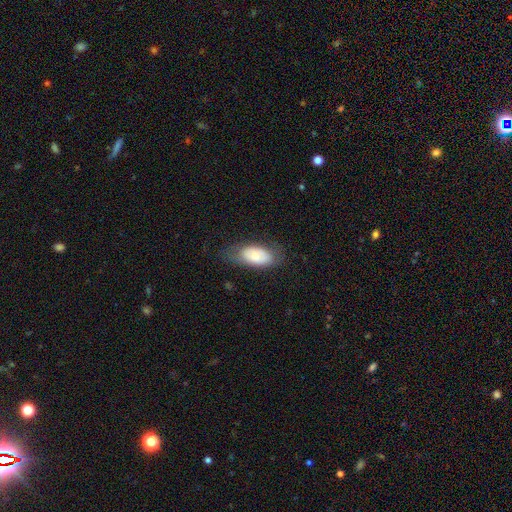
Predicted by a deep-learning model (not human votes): Smooth or featured? smooth (66%)
How rounded? in between (91%)
Merging? none (65%)